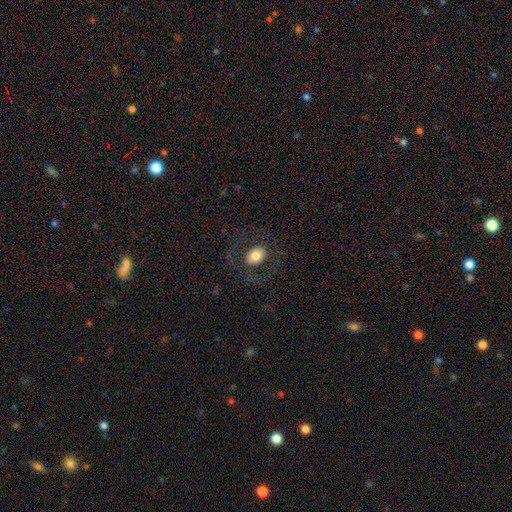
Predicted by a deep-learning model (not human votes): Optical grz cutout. It shows a smooth galaxy with no disk features (66%) that is in between round and cigar-shaped (68%). Merging: none (75%).